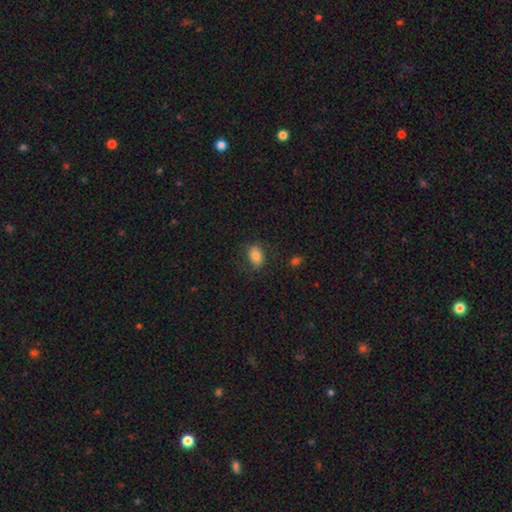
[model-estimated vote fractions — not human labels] A smooth galaxy with no disk features (81%) that is in between round and cigar-shaped (76%). Merging: none (76%).